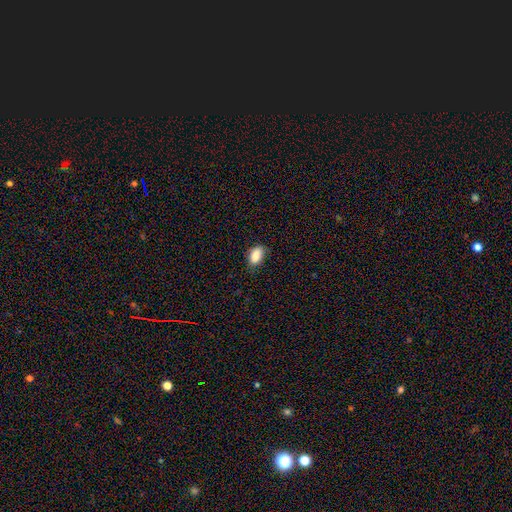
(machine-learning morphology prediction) Smooth or featured? smooth (87%)
How rounded? in between (90%)
Merging? none (73%)